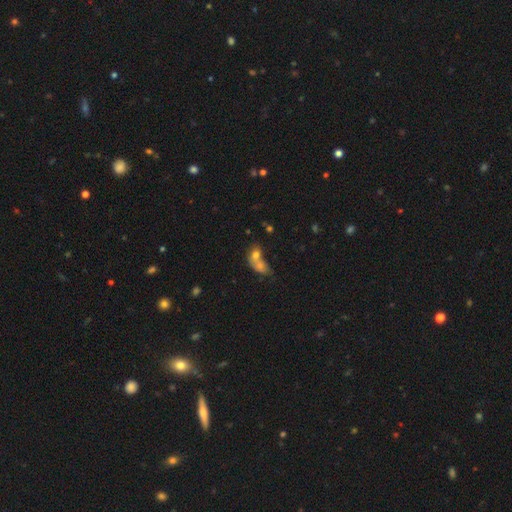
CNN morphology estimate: A smooth galaxy with no disk features (68%) that is in between round and cigar-shaped (66%). Merging: merger (71%).